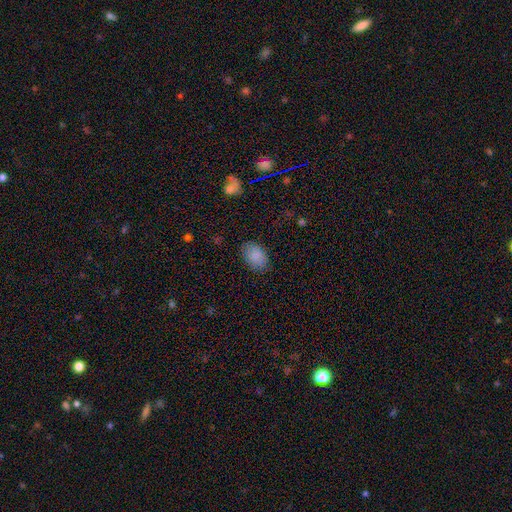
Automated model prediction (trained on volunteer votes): Smooth or featured? smooth (87%)
How rounded? in between (84%)
Merging? none (84%)